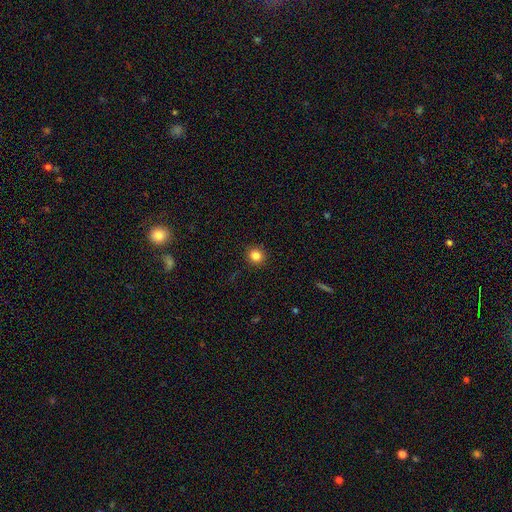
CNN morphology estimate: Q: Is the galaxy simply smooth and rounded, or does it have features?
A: smooth — 84%.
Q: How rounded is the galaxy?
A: round — 88%.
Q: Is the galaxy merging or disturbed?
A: none — 90%.